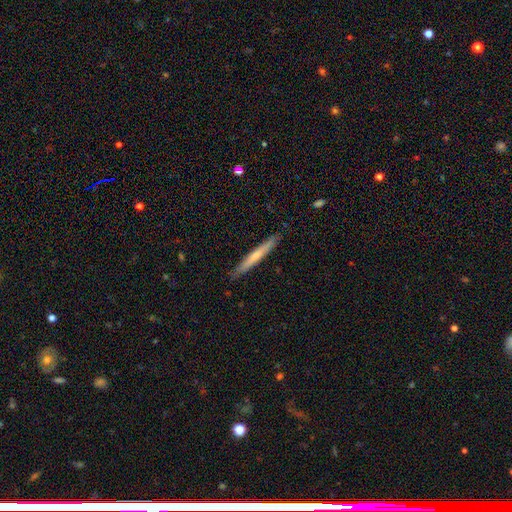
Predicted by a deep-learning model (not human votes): smooth_or_featured: smooth (p=0.53) [alt: featured or disk p=0.42]
how_rounded: cigar-shaped (p=0.96) [alt: in between p=0.03]
merging: none (p=0.88) [alt: minor disturbance p=0.09]